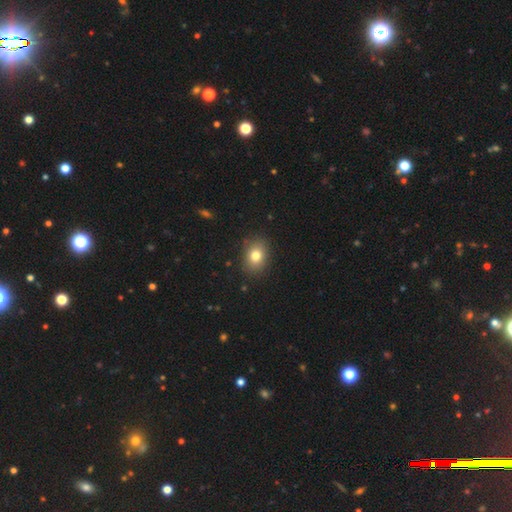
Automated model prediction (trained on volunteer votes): Smooth or featured: smooth — 80% (star or artifact — 10%)
How rounded: in between — 63% (round — 36%)
Merging: none — 87% (minor disturbance — 10%)